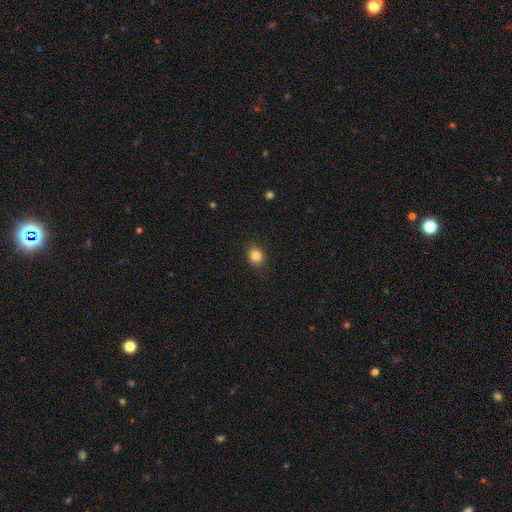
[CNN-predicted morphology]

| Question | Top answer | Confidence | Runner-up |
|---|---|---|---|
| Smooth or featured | smooth | 85% | star or artifact (11%) |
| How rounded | round | 61% | in between (38%) |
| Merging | none | 89% | minor disturbance (8%) |